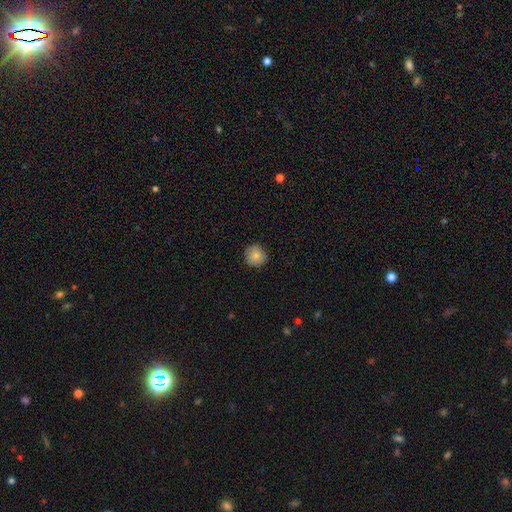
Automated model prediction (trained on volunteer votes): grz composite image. It shows a smooth galaxy with no disk features (84%) that is round (93%). Merging: none (87%).